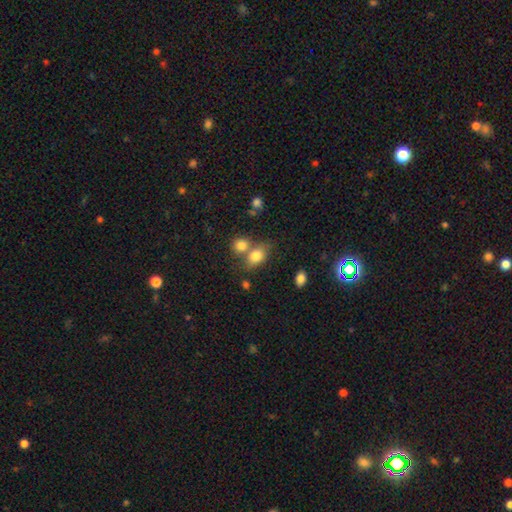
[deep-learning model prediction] smooth-or-featured: smooth: 80% | featured or disk: 11% | star or artifact: 10%
  how-rounded: in between: 64% | round: 33% | cigar-shaped: 2%
  merging: none: 43% | merger: 40% | minor disturbance: 12% | major disturbance: 5%